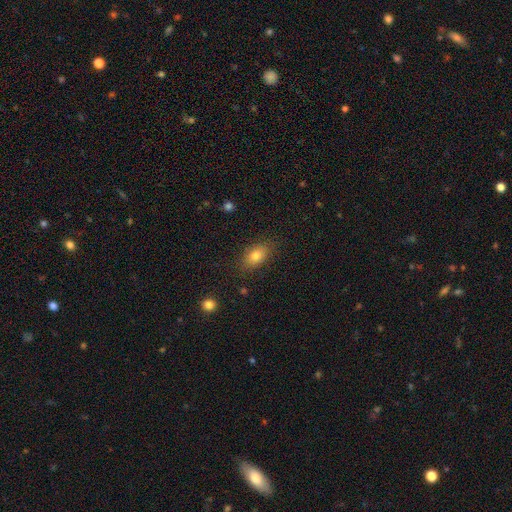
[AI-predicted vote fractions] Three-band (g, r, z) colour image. It shows a smooth galaxy with no disk features (80%) that is in between round and cigar-shaped (84%). Merging: none (84%).